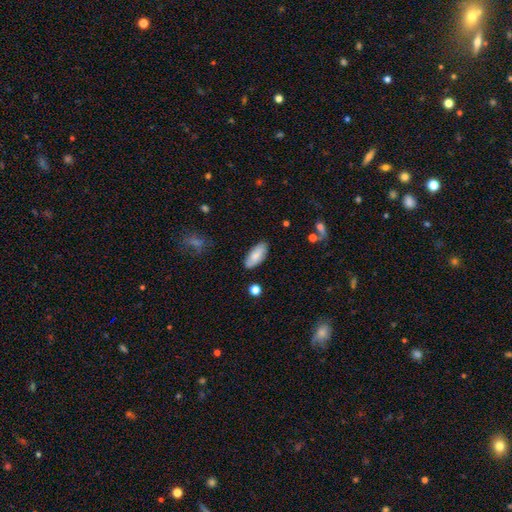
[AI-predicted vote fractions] This appears to be a smooth galaxy with no disk features (79%) that is in between round and cigar-shaped (85%). Merging: none (83%).